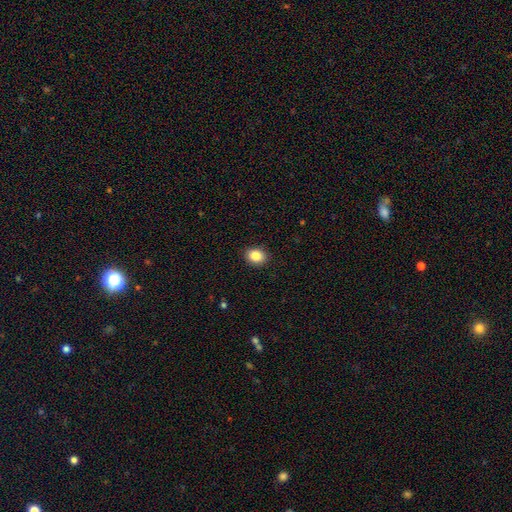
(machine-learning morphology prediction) The model was most divided on "how rounded": in between: 54%, round: 45%, cigar-shaped: 1%. More confident: merging — none (90%); smooth or featured — smooth (86%).